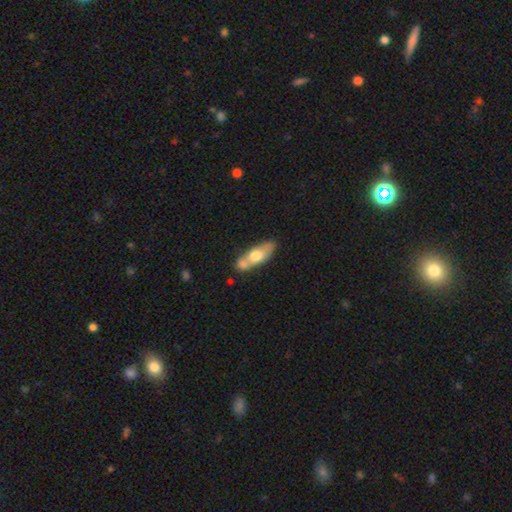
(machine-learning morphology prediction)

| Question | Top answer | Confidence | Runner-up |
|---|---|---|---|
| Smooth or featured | smooth | 58% | featured or disk (37%) |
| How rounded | in between | 61% | cigar-shaped (35%) |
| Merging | none | 43% | merger (36%) |